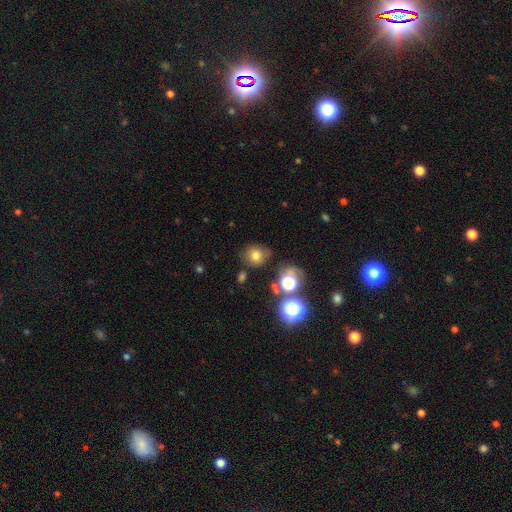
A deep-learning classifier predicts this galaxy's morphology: Smooth or featured? Predicted: smooth (p=0.70). How rounded? Predicted: round (p=0.80). Merging? Predicted: none (p=0.69).